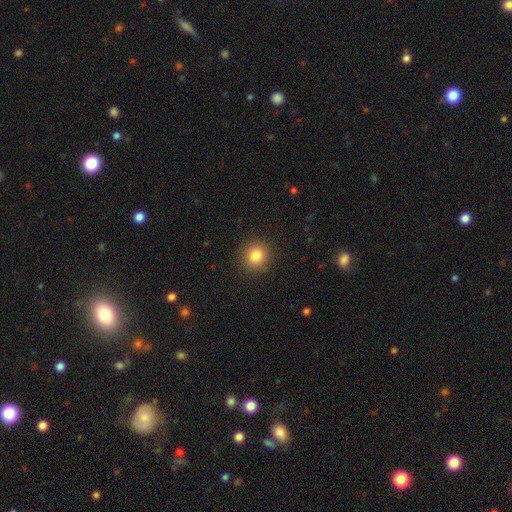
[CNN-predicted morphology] smooth_or_featured: smooth (p=0.83) [alt: star or artifact p=0.11]
how_rounded: round (p=0.91) [alt: in between p=0.08]
merging: none (p=0.91) [alt: minor disturbance p=0.06]